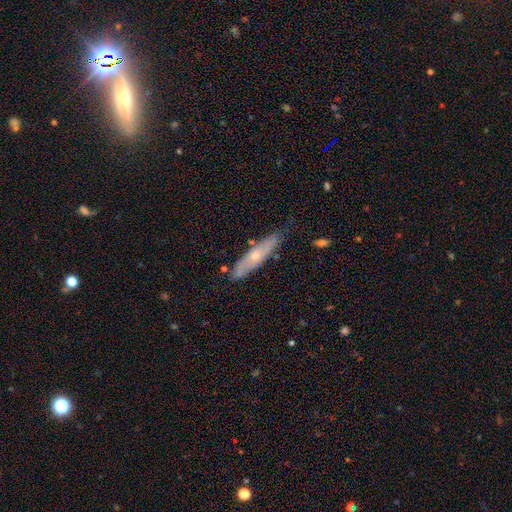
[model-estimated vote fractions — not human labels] smooth_or_featured: featured or disk (p=0.51) [alt: smooth p=0.43]
disk_edge_on: yes (p=0.57) [alt: no p=0.43]
merging: none (p=0.77) [alt: minor disturbance p=0.18]